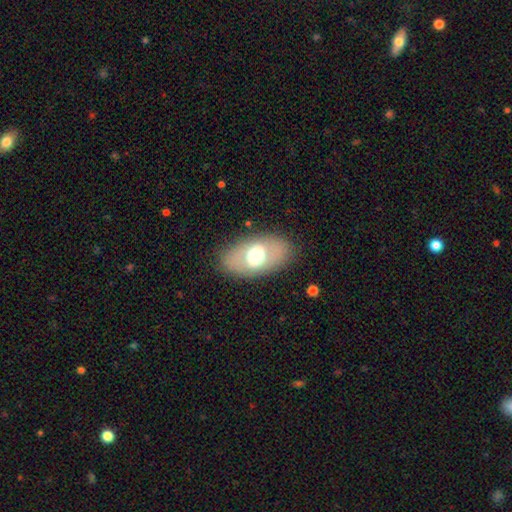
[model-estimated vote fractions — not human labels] Q: Smooth or featured?
A: smooth (55%); runner-up: featured or disk (37%)
Q: How rounded?
A: in between (89%); runner-up: round (9%)
Q: Merging?
A: none (81%); runner-up: minor disturbance (12%)